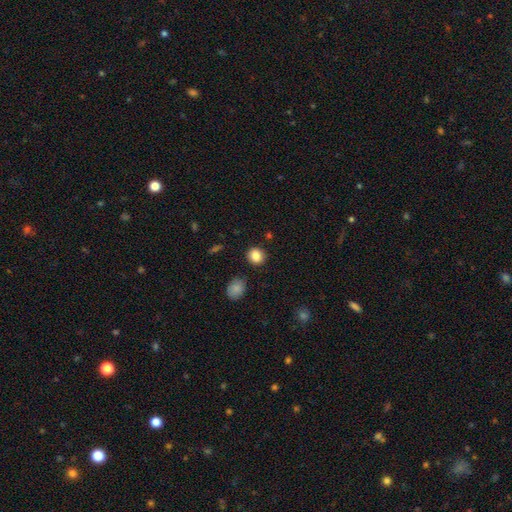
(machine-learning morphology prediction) Smooth or featured?
  - smooth: 85% *
  - star or artifact: 10%
  - featured or disk: 5%
How rounded?
  - round: 82% *
  - in between: 17%
  - cigar-shaped: 1%
Merging?
  - none: 89% *
  - minor disturbance: 7%
  - merger: 2%
  - major disturbance: 2%